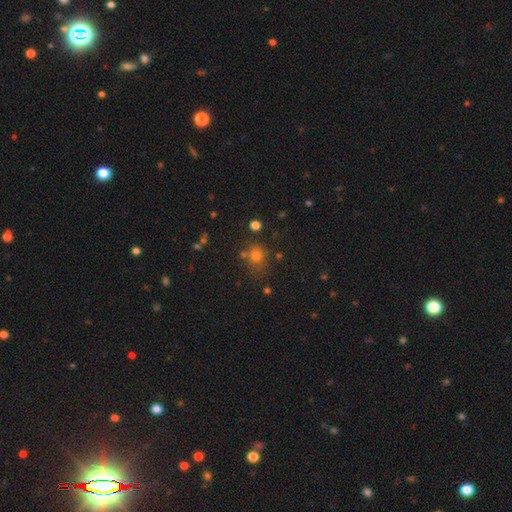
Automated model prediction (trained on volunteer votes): Morphology: type=smooth (68%); roundness=round (77%); merging=none (68%).